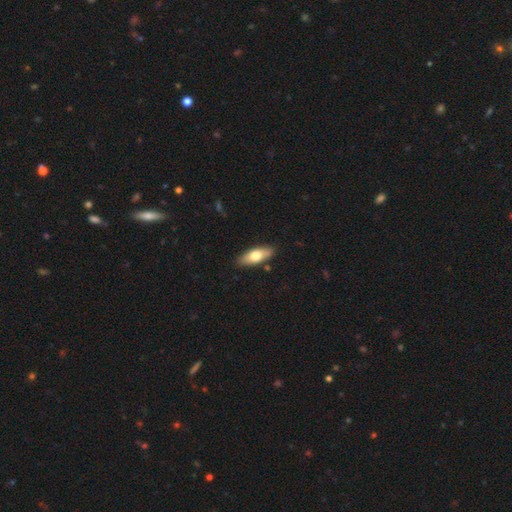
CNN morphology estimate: Q: Smooth or featured?
A: smooth (66%); runner-up: featured or disk (29%)
Q: How rounded?
A: in between (74%); runner-up: cigar-shaped (24%)
Q: Merging?
A: none (86%); runner-up: minor disturbance (10%)